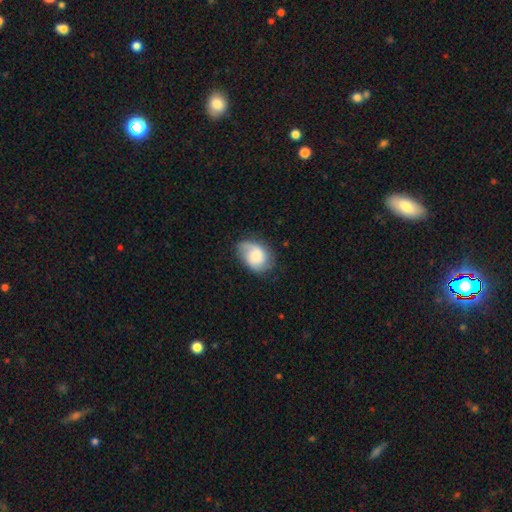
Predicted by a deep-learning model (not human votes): smooth_or_featured: smooth (p=0.52) [alt: featured or disk p=0.41]
how_rounded: in between (p=0.69) [alt: round p=0.30]
merging: none (p=0.59) [alt: minor disturbance p=0.28]